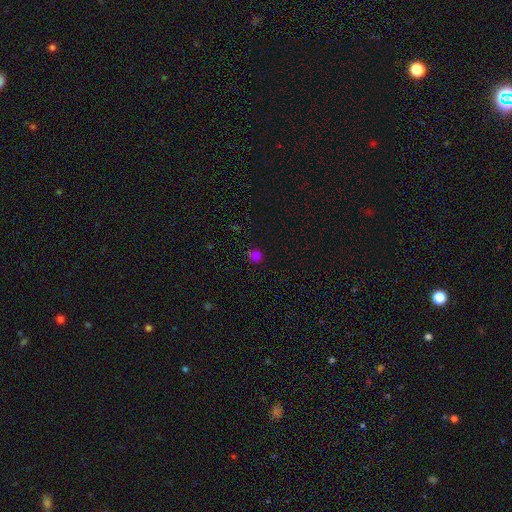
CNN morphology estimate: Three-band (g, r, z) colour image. It shows a smooth galaxy with no disk features (77%) that is round (91%). Merging: none (82%).